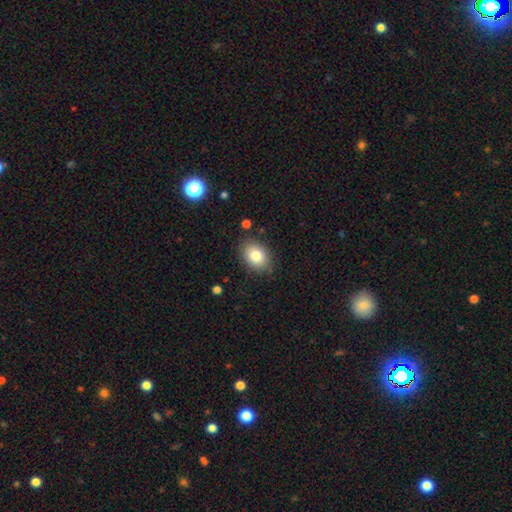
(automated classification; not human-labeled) This is clearly a smooth galaxy (81%). How rounded: likely in between (73%). Merging: clearly none (83%).